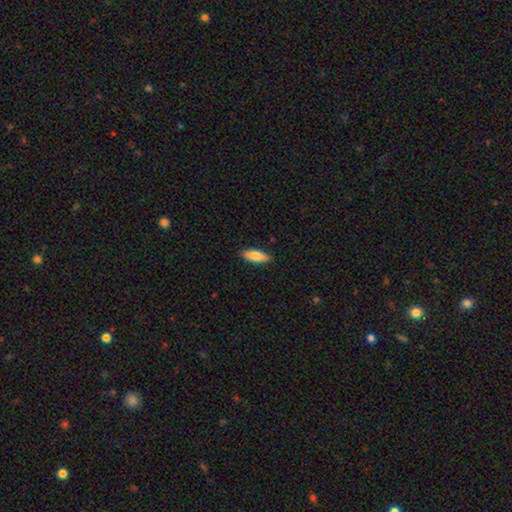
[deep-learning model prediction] Q: Smooth or featured?
A: smooth (79%); runner-up: featured or disk (15%)
Q: How rounded?
A: in between (64%); runner-up: cigar-shaped (34%)
Q: Merging?
A: none (88%); runner-up: minor disturbance (9%)